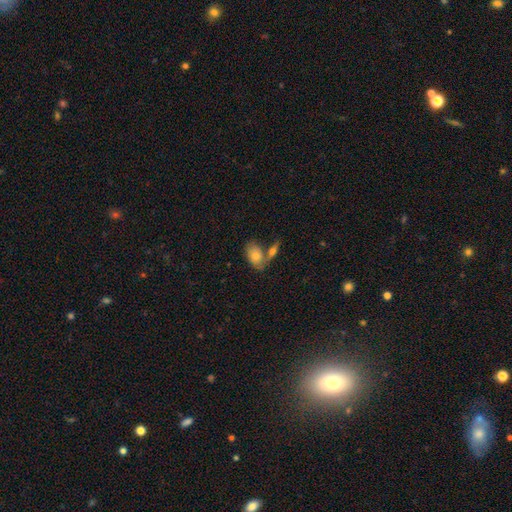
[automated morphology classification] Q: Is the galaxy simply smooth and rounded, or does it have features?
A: smooth — 72%.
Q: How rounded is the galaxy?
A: in between — 88%.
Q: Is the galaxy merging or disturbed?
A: none — 42%.